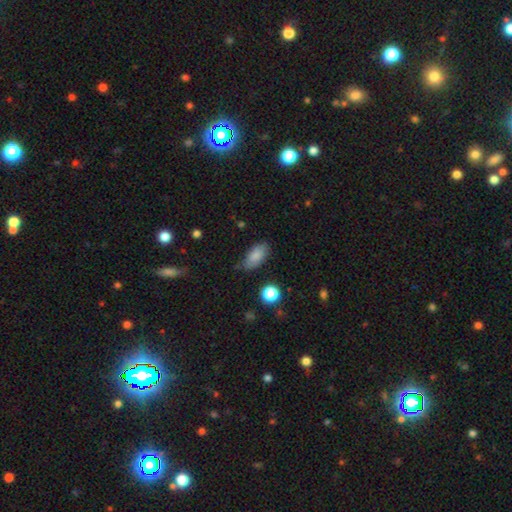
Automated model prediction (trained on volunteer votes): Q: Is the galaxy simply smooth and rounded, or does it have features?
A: smooth — 84%.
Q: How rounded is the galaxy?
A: in between — 89%.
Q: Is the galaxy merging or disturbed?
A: none — 70%.